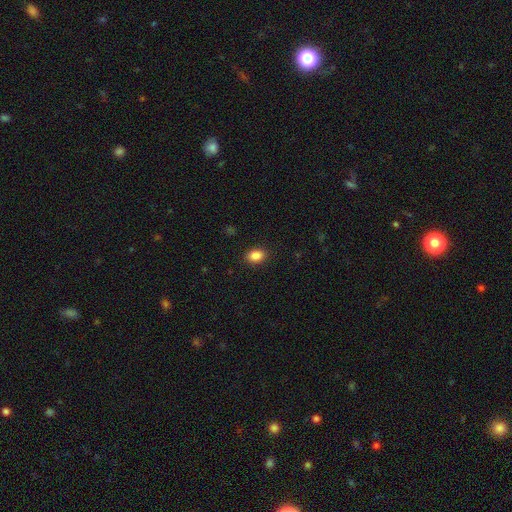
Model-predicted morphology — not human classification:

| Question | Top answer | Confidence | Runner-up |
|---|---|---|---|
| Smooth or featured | smooth | 87% | star or artifact (9%) |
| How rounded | in between | 76% | round (22%) |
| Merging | none | 89% | minor disturbance (8%) |